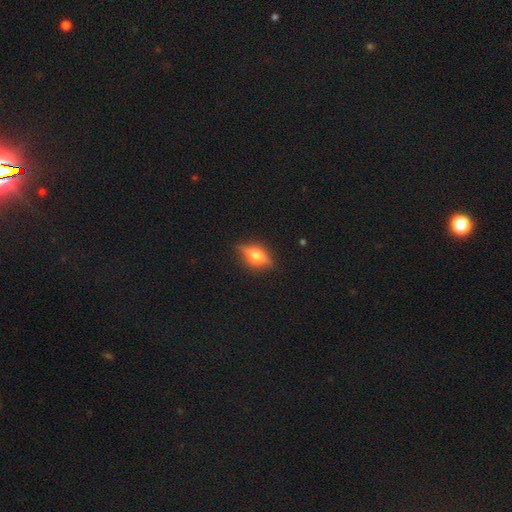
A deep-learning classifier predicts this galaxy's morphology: This appears to be a featured or disk galaxy (46%). Merging: none (82%).